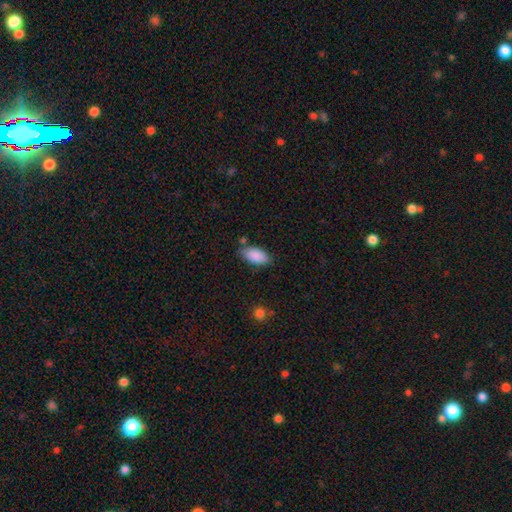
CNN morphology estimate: A smooth galaxy with no disk features (88%) that is in between round and cigar-shaped (93%).

Vote fractions:
- Smooth or featured? smooth: 88% / star or artifact: 7% / featured or disk: 5%
- How rounded? in between: 93% / cigar-shaped: 5% / round: 2%
- Merging? none: 75% / minor disturbance: 17% / merger: 4% / major disturbance: 3%